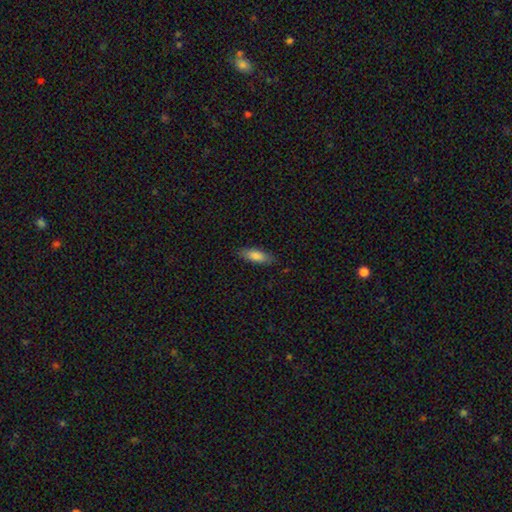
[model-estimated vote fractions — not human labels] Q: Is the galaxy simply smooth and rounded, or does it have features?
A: smooth — 82%.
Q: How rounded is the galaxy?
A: in between — 63%.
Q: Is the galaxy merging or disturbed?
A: none — 85%.